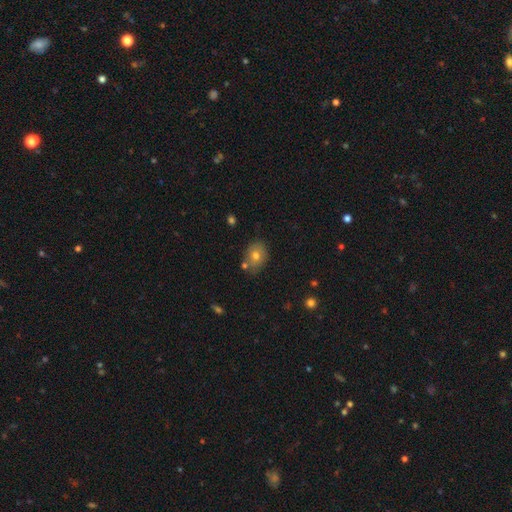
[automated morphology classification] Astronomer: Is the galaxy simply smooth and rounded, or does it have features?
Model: smooth — 73%.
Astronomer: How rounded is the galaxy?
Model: in between — 57% (runner-up: round, 42%).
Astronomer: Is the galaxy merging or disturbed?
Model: none — 73%.